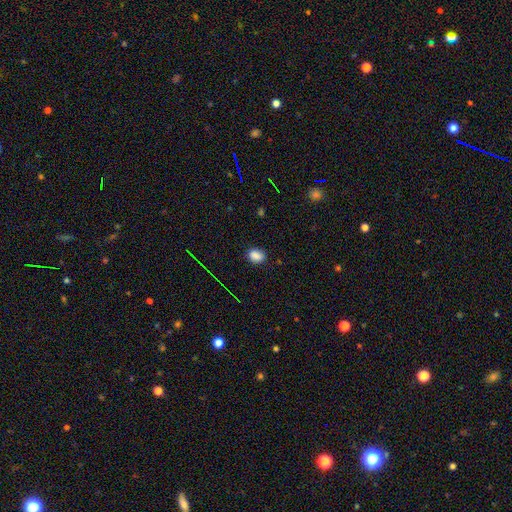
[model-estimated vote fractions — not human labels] The model was most divided on "how rounded": in between: 70%, round: 28%, cigar-shaped: 1%. More confident: smooth or featured — smooth (84%); merging — none (83%).